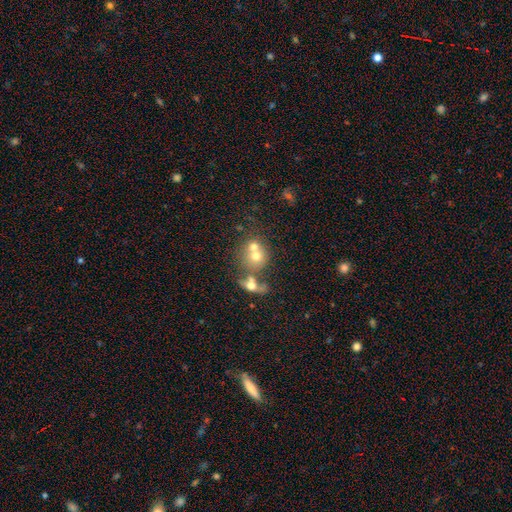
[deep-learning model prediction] Q: Smooth or featured?
A: smooth (62%); runner-up: featured or disk (26%)
Q: How rounded?
A: round (75%); runner-up: in between (23%)
Q: Merging?
A: merger (58%); runner-up: none (30%)